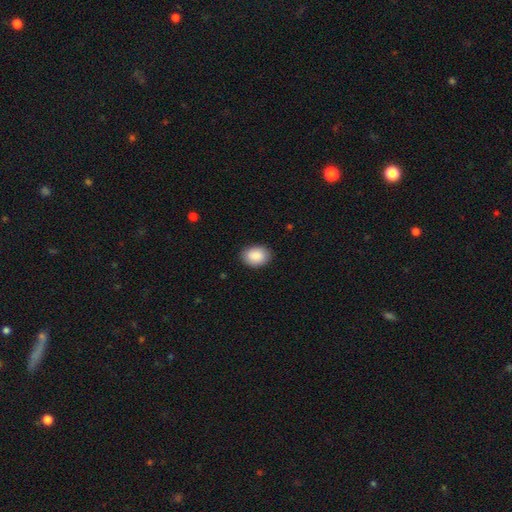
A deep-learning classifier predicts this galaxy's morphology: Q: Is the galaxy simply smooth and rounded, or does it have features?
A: smooth — 90%.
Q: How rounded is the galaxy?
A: in between — 78%.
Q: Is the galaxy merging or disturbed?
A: none — 88%.